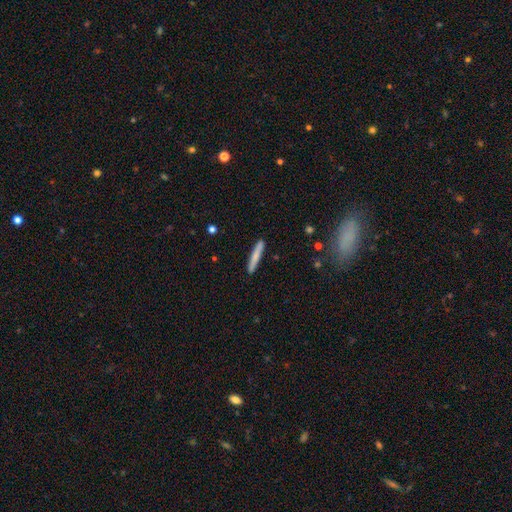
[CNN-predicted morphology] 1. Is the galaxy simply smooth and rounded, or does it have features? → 74% smooth, 20% featured or disk, 6% star or artifact.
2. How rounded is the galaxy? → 95% cigar-shaped, 4% in between, 1% round.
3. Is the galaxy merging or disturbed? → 90% none, 7% minor disturbance, 1% major disturbance, 1% merger.